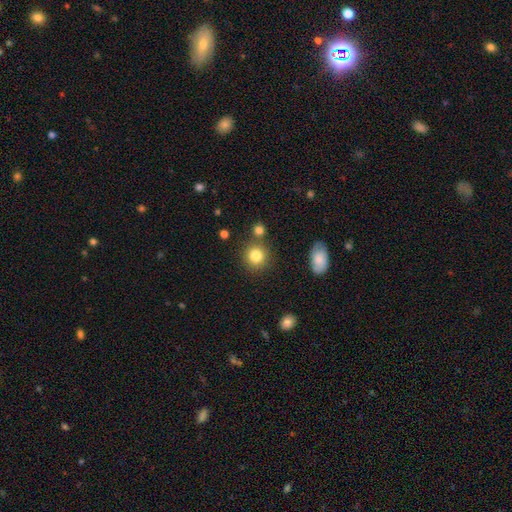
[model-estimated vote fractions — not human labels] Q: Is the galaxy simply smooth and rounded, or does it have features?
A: smooth — 84%.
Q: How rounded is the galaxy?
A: round — 89%.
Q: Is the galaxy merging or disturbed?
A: none — 79%.